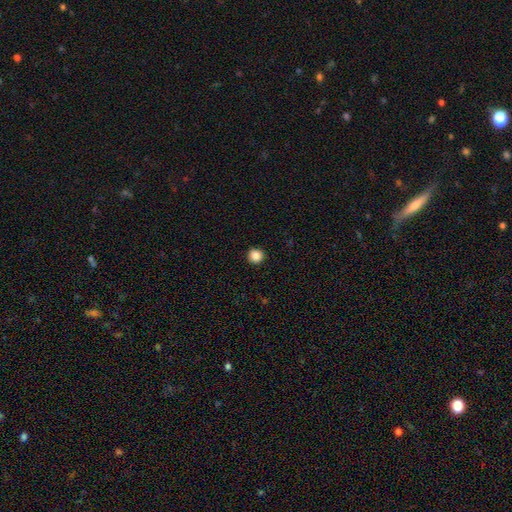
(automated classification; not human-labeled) Smooth or featured?
  - smooth: 87% *
  - star or artifact: 10%
  - featured or disk: 3%
How rounded?
  - round: 94% *
  - in between: 5%
  - cigar-shaped: 1%
Merging?
  - none: 93% *
  - minor disturbance: 4%
  - major disturbance: 1%
  - merger: 1%